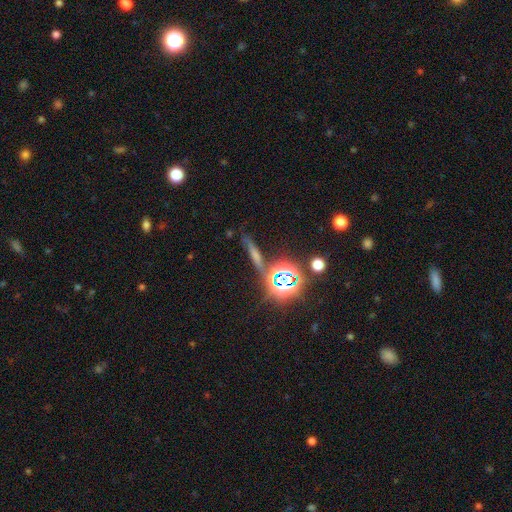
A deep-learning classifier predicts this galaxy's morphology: This appears to be a star or artifact, not a galaxy (43%).